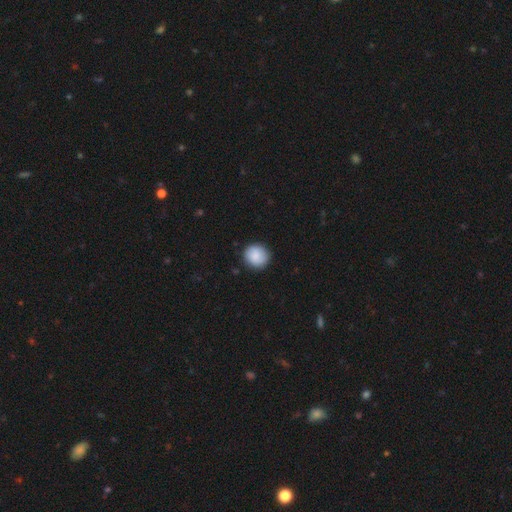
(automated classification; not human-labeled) This is clearly a smooth galaxy (88%). How rounded: clearly round (90%). Merging: clearly none (89%).